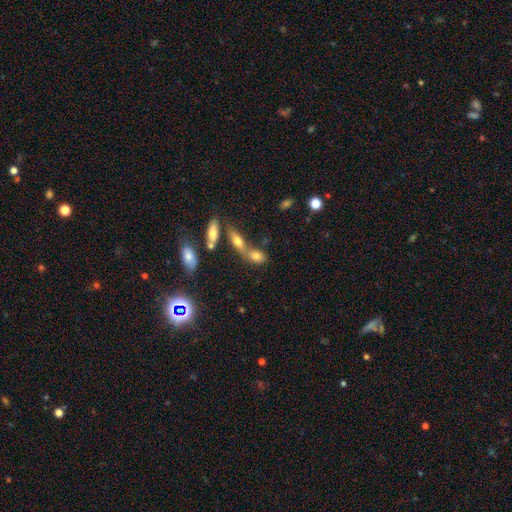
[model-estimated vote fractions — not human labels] A smooth galaxy with no disk features (67%) that is in between round and cigar-shaped (71%).

Vote fractions:
- Smooth or featured? smooth: 67% / featured or disk: 18% / star or artifact: 15%
- How rounded? in between: 71% / round: 18% / cigar-shaped: 11%
- Merging? merger: 57% / none: 28% / minor disturbance: 9% / major disturbance: 6%